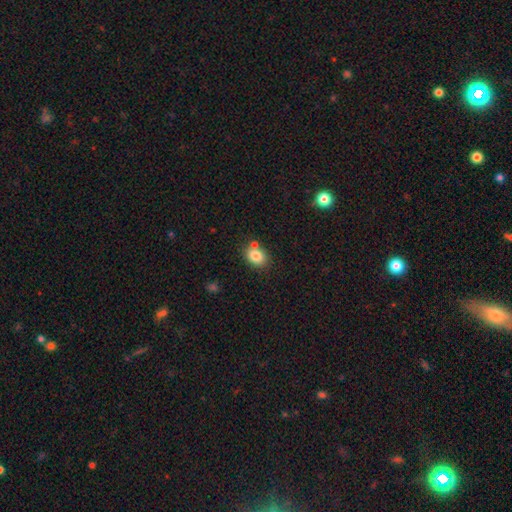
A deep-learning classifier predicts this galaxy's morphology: A smooth galaxy with no disk features (82%) that is in between round and cigar-shaped (60%).

Vote fractions:
- Smooth or featured? smooth: 82% / star or artifact: 10% / featured or disk: 8%
- How rounded? in between: 60% / round: 39% / cigar-shaped: 1%
- Merging? none: 67% / merger: 18% / minor disturbance: 12% / major disturbance: 3%